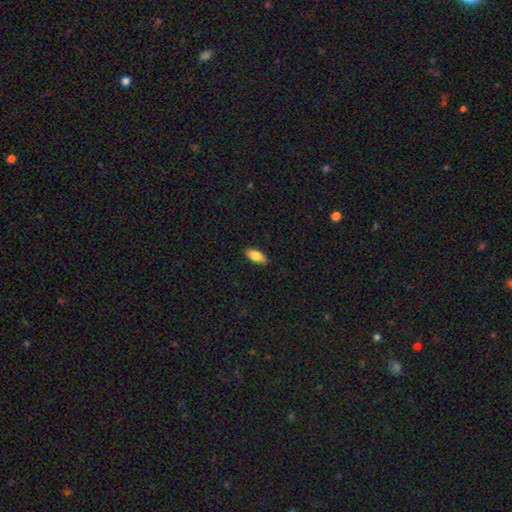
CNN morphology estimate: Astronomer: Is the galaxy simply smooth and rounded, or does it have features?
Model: smooth — 82%.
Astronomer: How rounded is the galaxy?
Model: in between — 87%.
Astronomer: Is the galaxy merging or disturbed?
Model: none — 87%.